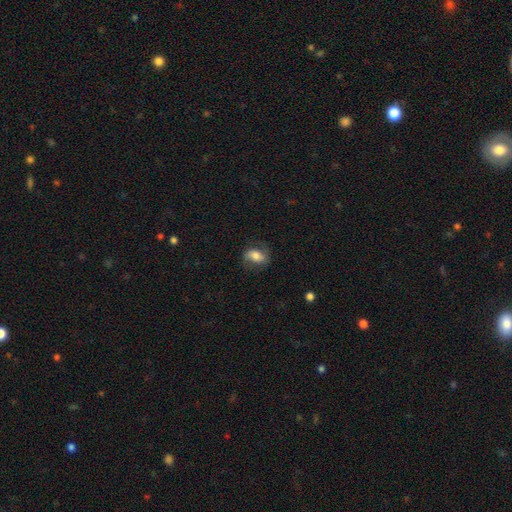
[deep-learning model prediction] Smooth or featured: smooth — 48% (featured or disk — 43%)
Merging: none — 68% (minor disturbance — 20%)